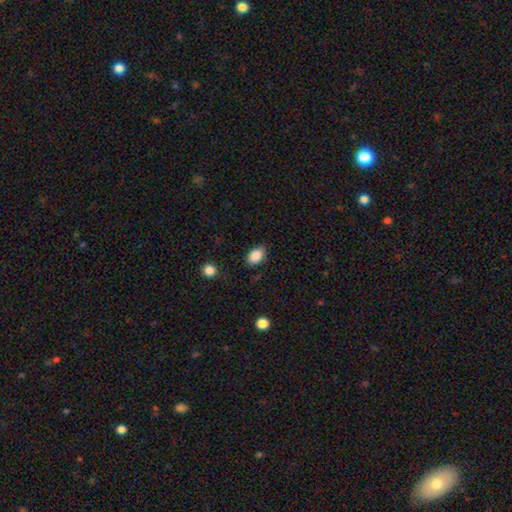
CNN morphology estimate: type=smooth (87%); roundness=in between (79%); merging=none (81%).